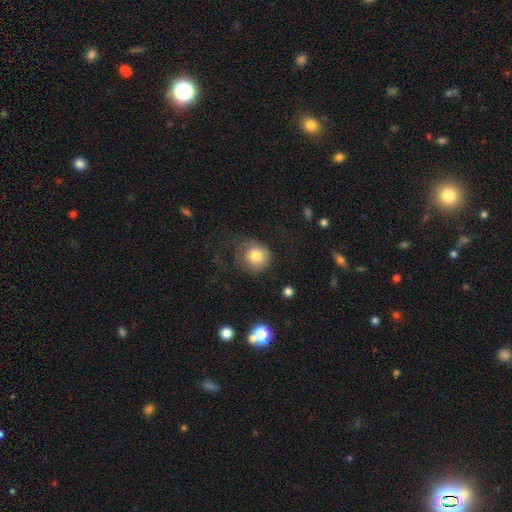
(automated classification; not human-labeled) This is likely a smooth galaxy (73%). How rounded: clearly round (86%). Merging: possibly none (49%).